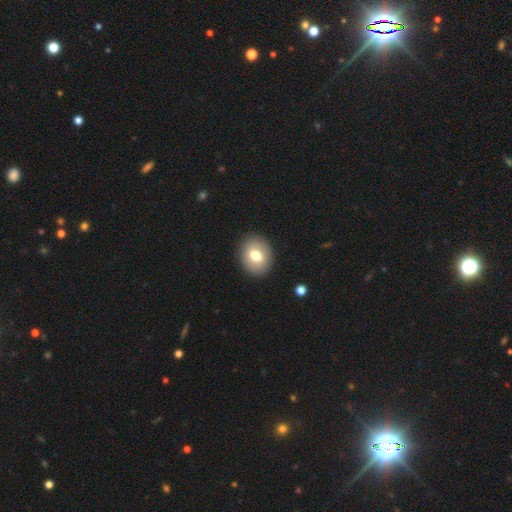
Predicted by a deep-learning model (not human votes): Morphology: type=smooth (72%); roundness=round (52%); merging=none (89%).